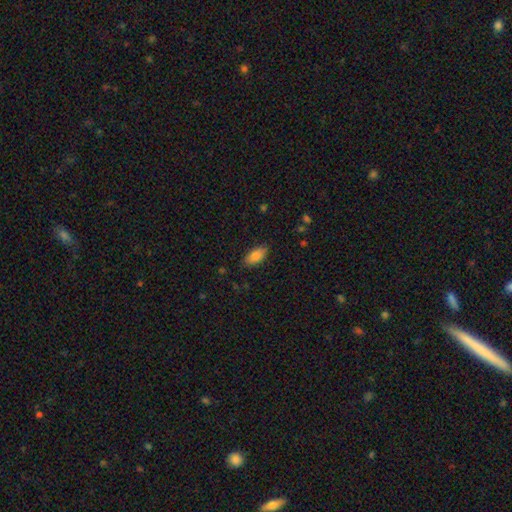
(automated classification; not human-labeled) smooth 84%, featured or disk 9%, star or artifact 7%. Down the decision tree: how rounded — in between (88%); merging — none (83%).